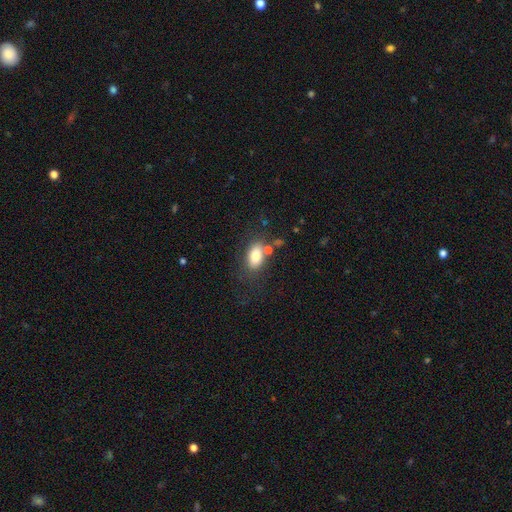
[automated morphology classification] Smooth or featured?
  - smooth: 79% *
  - featured or disk: 12%
  - star or artifact: 9%
How rounded?
  - in between: 88% *
  - round: 9%
  - cigar-shaped: 2%
Merging?
  - none: 65% *
  - minor disturbance: 16%
  - merger: 13%
  - major disturbance: 6%